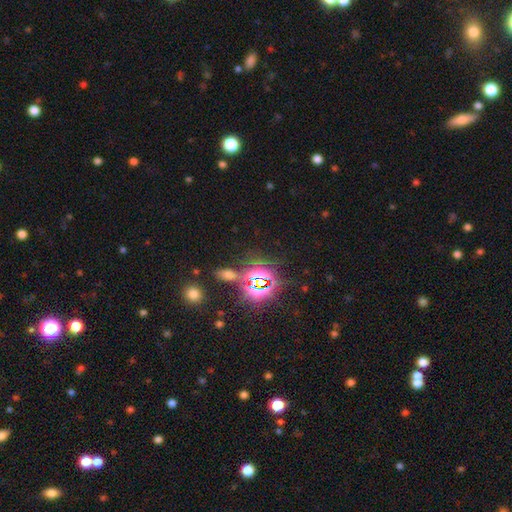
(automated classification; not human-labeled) The model was most divided on "smooth or featured": star or artifact: 77%, smooth: 15%, featured or disk: 7%.